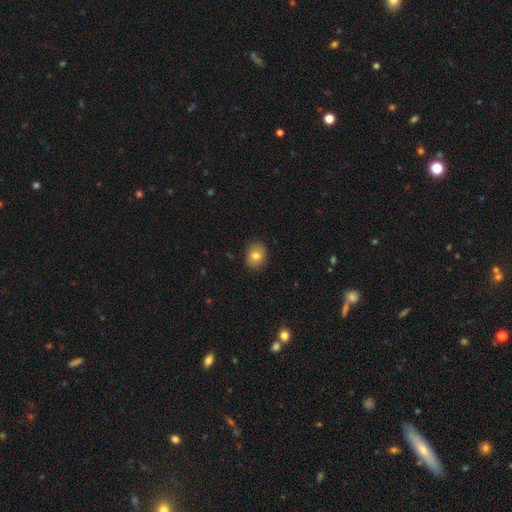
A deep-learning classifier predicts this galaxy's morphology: Smooth or featured: smooth — 79% (featured or disk — 12%)
How rounded: round — 52% (in between — 47%)
Merging: none — 88% (minor disturbance — 9%)